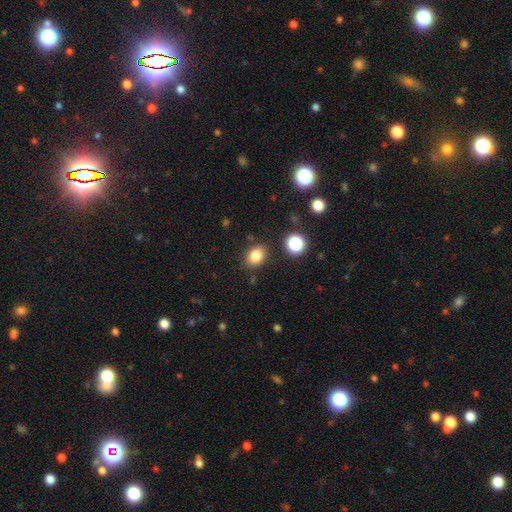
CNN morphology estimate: A smooth galaxy with no disk features (83%) that is in between round and cigar-shaped (68%). Merging: none (84%).